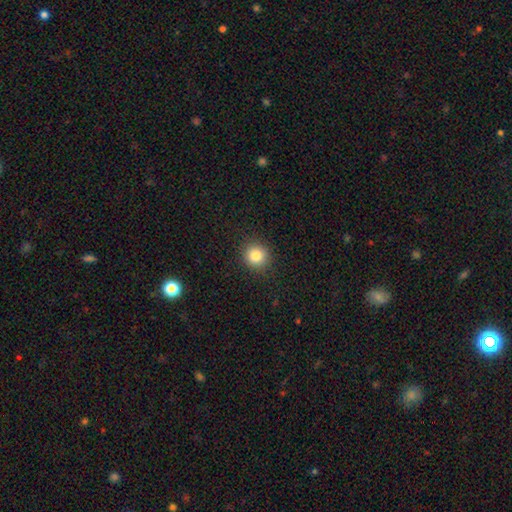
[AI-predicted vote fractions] Smooth or featured?
  - smooth: 83% *
  - star or artifact: 11%
  - featured or disk: 6%
How rounded?
  - round: 92% *
  - in between: 7%
  - cigar-shaped: 1%
Merging?
  - none: 91% *
  - minor disturbance: 6%
  - major disturbance: 2%
  - merger: 1%